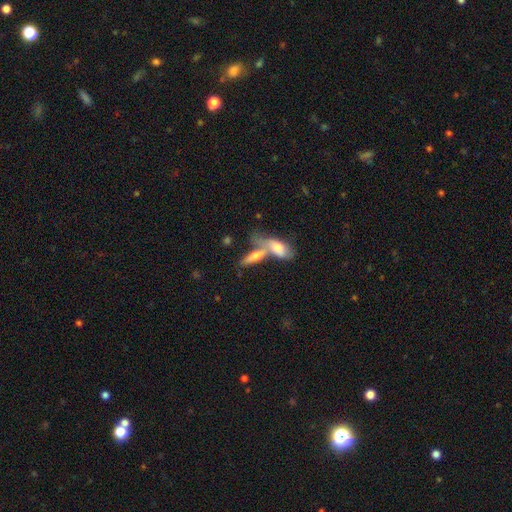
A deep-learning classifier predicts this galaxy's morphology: smooth 61%, featured or disk 32%, star or artifact 8%. Down the decision tree: how rounded — cigar-shaped (49%); merging — merger (55%).